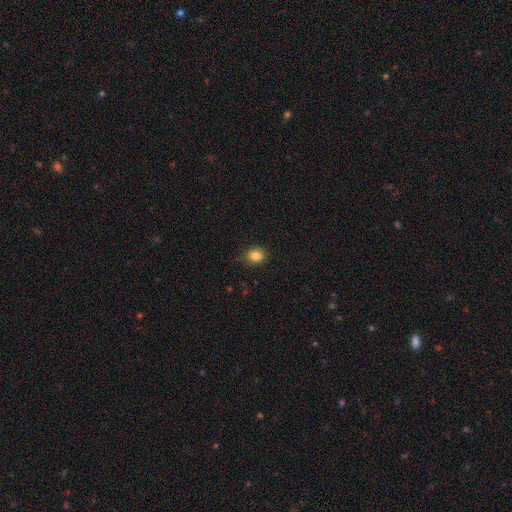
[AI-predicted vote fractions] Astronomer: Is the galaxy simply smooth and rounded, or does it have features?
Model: smooth — 84%.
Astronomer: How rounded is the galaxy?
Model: round — 68%.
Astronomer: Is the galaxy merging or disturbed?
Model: none — 77%.